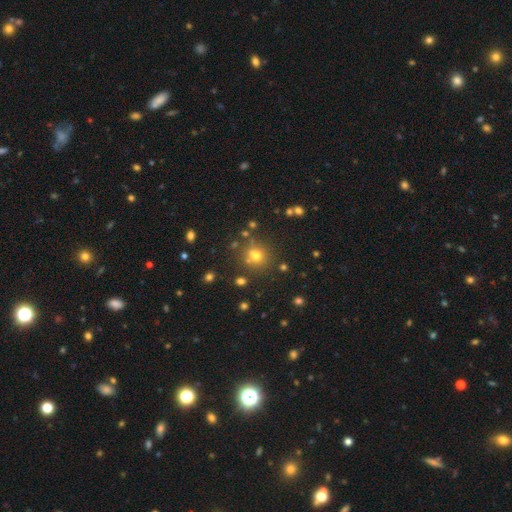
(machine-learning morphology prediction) This is likely a smooth galaxy (65%). How rounded: clearly round (84%). Merging: likely none (69%).